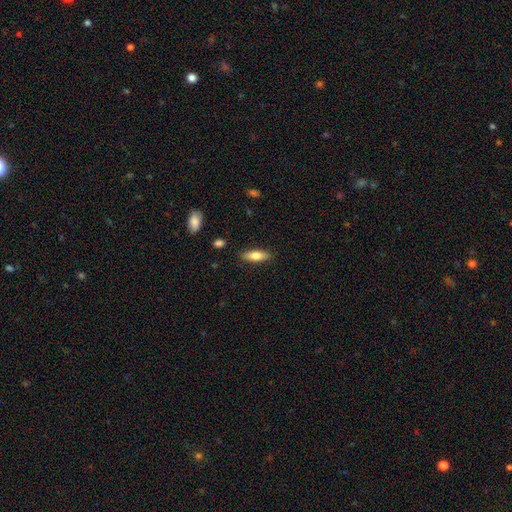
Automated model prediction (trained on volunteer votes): Smooth or featured? smooth (76%)
How rounded? in between (61%)
Merging? none (87%)